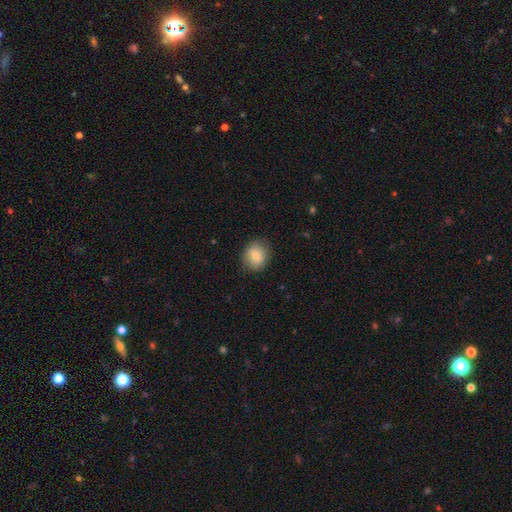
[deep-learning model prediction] Smooth or featured?
  - smooth: 77% *
  - featured or disk: 15%
  - star or artifact: 8%
How rounded?
  - round: 69% *
  - in between: 30%
  - cigar-shaped: 1%
Merging?
  - none: 81% *
  - minor disturbance: 14%
  - major disturbance: 4%
  - merger: 1%